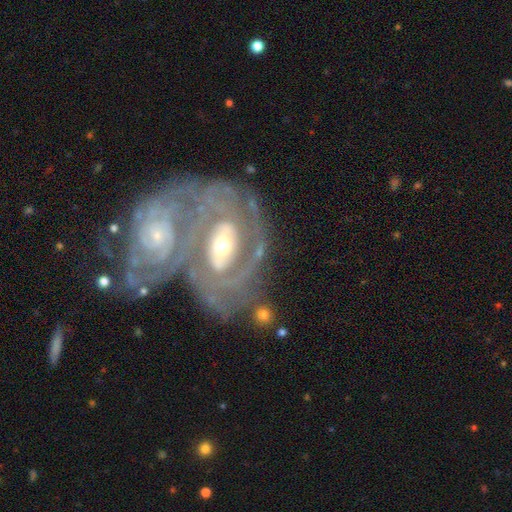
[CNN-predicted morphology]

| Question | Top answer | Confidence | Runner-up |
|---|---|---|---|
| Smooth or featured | featured or disk | 88% | smooth (7%) |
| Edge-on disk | no | 96% | yes (4%) |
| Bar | no | 41% | weak (38%) |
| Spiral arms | yes | 92% | no (8%) |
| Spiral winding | tight | 69% | medium (25%) |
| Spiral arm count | can't tell | 37% | 2 (34%) |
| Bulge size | moderate | 50% | small (44%) |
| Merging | merger | 68% | none (19%) |